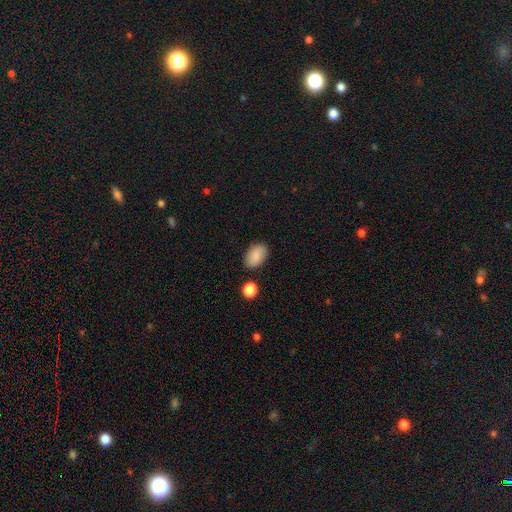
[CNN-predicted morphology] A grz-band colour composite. It shows a smooth galaxy with no disk features (88%) that is in between round and cigar-shaped (90%). Merging: none (82%).